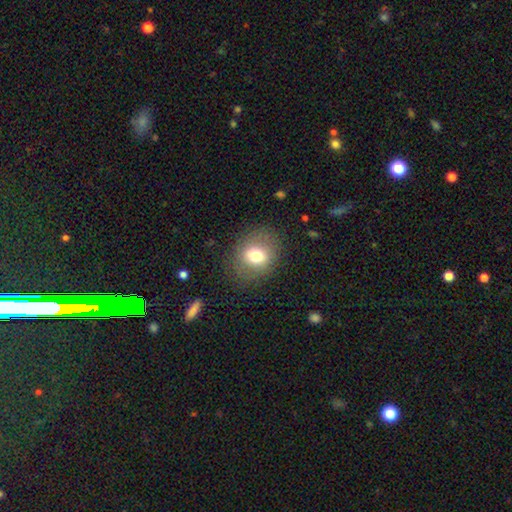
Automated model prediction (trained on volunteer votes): This is likely a smooth galaxy (71%). How rounded: possibly round (56%). Merging: clearly none (81%).